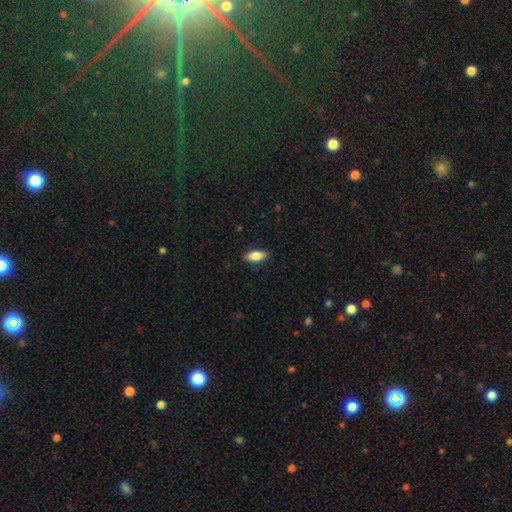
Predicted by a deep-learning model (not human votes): Smooth or featured?
  - smooth: 80% *
  - featured or disk: 13%
  - star or artifact: 7%
How rounded?
  - in between: 82% *
  - cigar-shaped: 16%
  - round: 3%
Merging?
  - none: 87% *
  - minor disturbance: 10%
  - major disturbance: 2%
  - merger: 1%